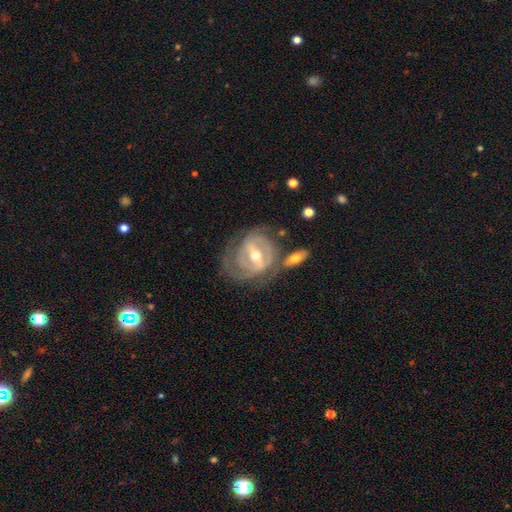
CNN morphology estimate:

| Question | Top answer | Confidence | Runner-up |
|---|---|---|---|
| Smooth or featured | featured or disk | 85% | smooth (10%) |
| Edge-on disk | no | 95% | yes (5%) |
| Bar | strong | 54% | weak (35%) |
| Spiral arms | yes | 84% | no (16%) |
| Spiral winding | tight | 62% | medium (29%) |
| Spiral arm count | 2 | 46% | can't tell (29%) |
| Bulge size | moderate | 67% | small (28%) |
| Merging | none | 56% | minor disturbance (18%) |